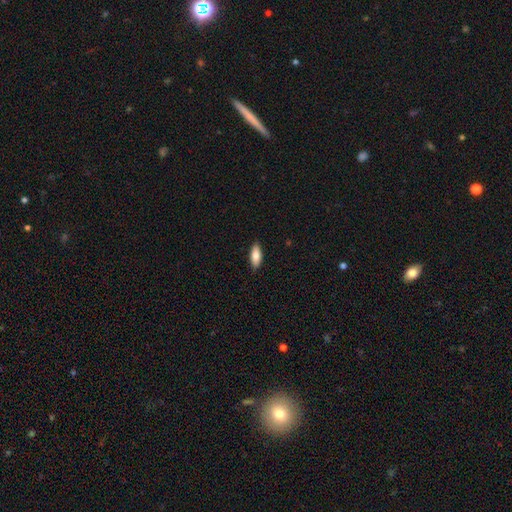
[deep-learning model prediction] Q: Smooth or featured?
A: smooth (82%); runner-up: featured or disk (12%)
Q: How rounded?
A: in between (76%); runner-up: cigar-shaped (22%)
Q: Merging?
A: none (88%); runner-up: minor disturbance (10%)